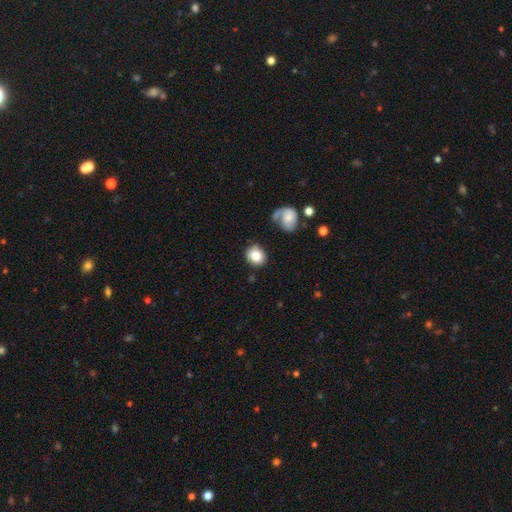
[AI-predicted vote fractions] Overall: smooth (84%). How rounded: round (62%; in between 36%). Merging: none (74%).